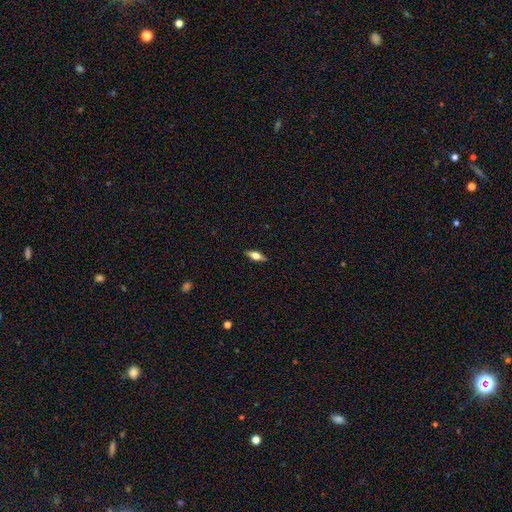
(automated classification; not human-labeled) Morphology: type=featured or disk (48%); merging=none (88%).